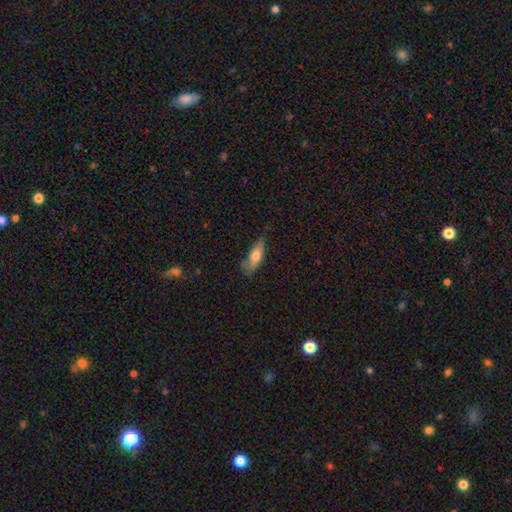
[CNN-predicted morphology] Smooth or featured? Predicted: smooth (p=0.67). How rounded? Predicted: in between (p=0.60). Merging? Predicted: none (p=0.63).